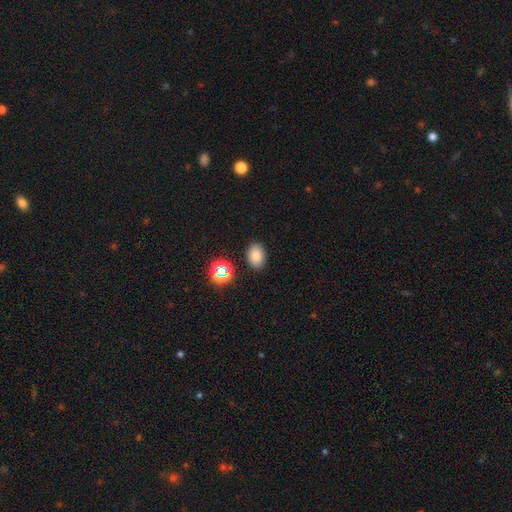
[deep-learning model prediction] Smooth or featured? Predicted: smooth (p=0.81). How rounded? Predicted: in between (p=0.82). Merging? Predicted: none (p=0.85).